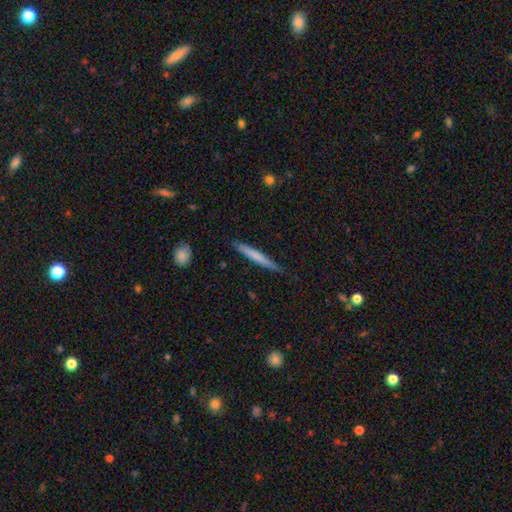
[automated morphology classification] type=smooth (66%); roundness=cigar-shaped (96%); merging=none (84%).